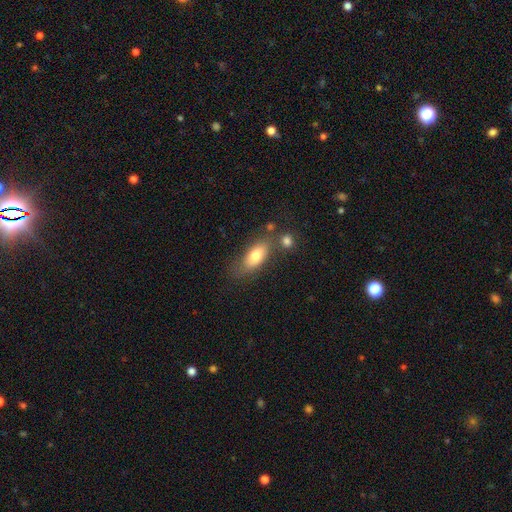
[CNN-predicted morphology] type=smooth (76%); roundness=in between (82%); merging=none (62%).